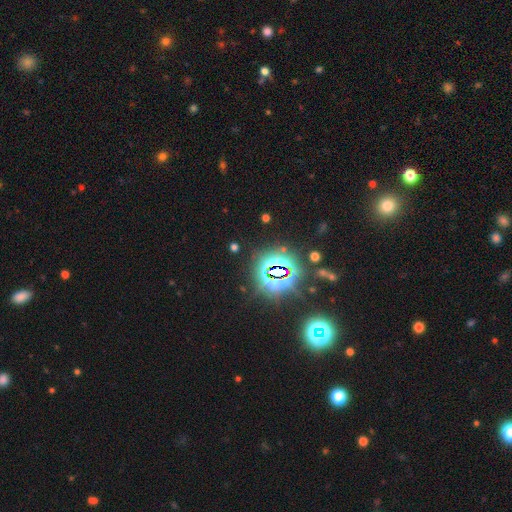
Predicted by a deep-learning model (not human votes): A star or artifact, not a galaxy (81%).